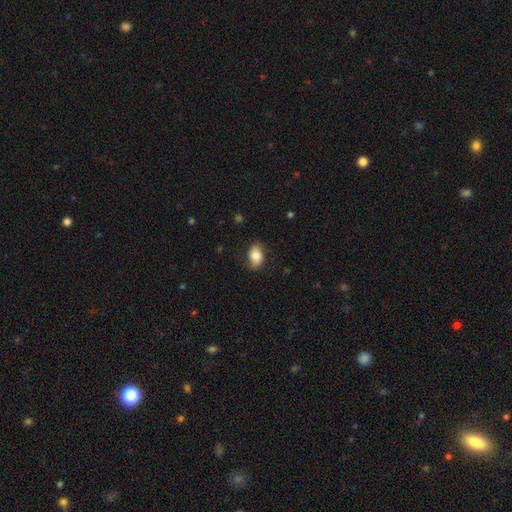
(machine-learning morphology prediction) Smooth or featured? smooth (80%)
How rounded? in between (85%)
Merging? none (79%)